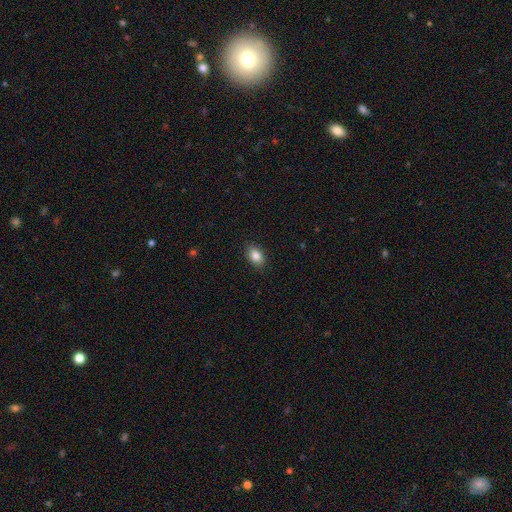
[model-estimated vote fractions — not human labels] Smooth or featured: smooth — 85% (star or artifact — 8%)
How rounded: in between — 85% (round — 13%)
Merging: none — 88% (minor disturbance — 9%)